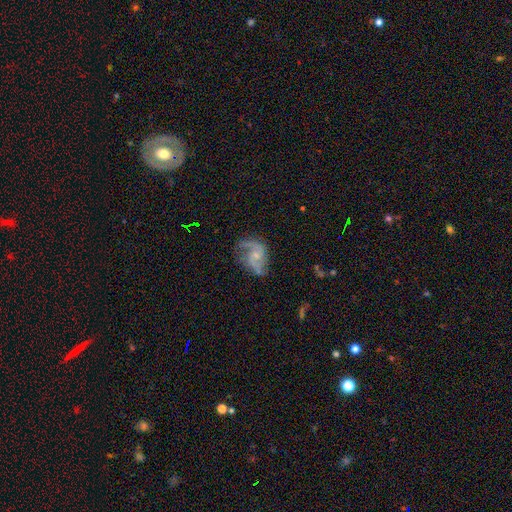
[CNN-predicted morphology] This is clearly a featured or disk galaxy (84%). It is clearly not viewed edge-on (98%). Bar: likely no (61%). Spiral arm pattern: clearly yes (95%). Spiral arm count: clearly 2 (85%). Spiral winding: possibly medium (46%). Central bulge: possibly small (58%). Merging: likely none (61%).